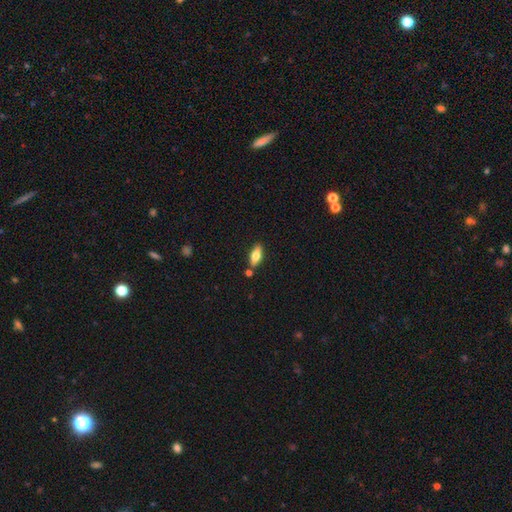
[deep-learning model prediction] A smooth galaxy with no disk features (67%) that is in between round and cigar-shaped (75%).

Vote fractions:
- Smooth or featured? smooth: 67% / featured or disk: 27% / star or artifact: 7%
- How rounded? in between: 75% / cigar-shaped: 22% / round: 3%
- Merging? none: 81% / minor disturbance: 10% / merger: 7% / major disturbance: 2%